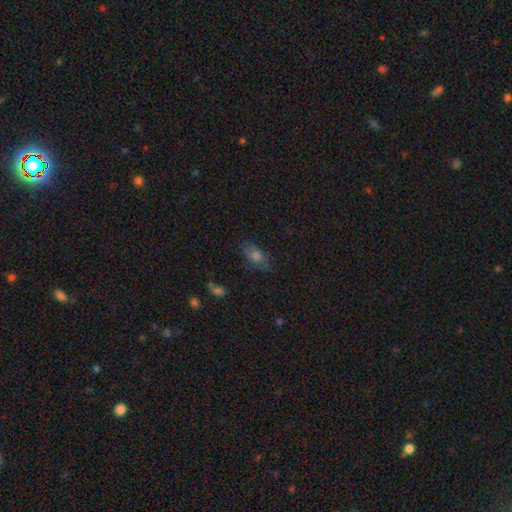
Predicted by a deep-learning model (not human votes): This is possibly a smooth galaxy (53%). How rounded: likely in between (78%). Merging: likely none (70%).